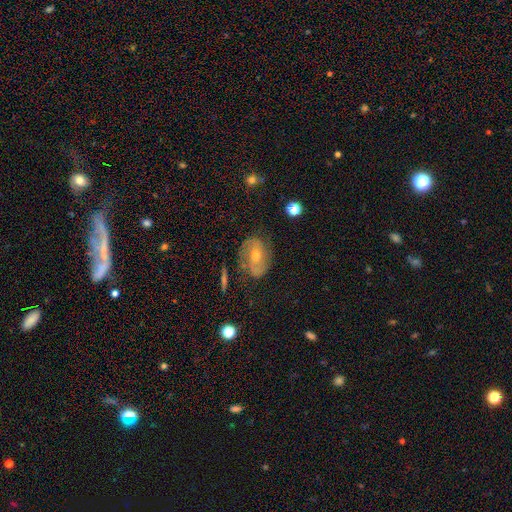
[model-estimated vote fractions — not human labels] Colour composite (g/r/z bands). It shows a featured or disk galaxy (70%) with no bar (54%), 2 (76%) medium (43%) spiral arms (88%) and a moderate central bulge (49%). Merging: none (73%).